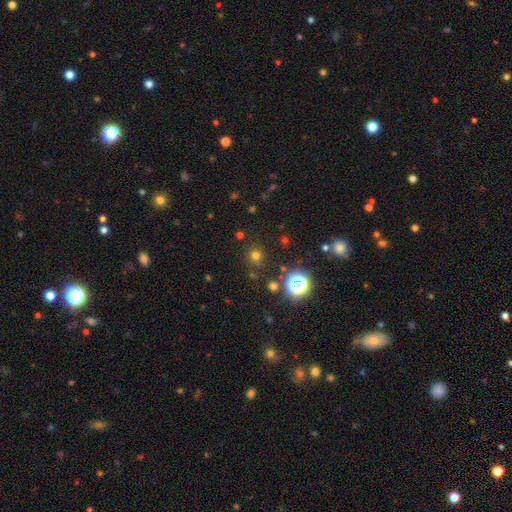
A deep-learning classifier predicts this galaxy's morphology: A smooth galaxy with no disk features (64%) that is round (89%). Merging: none (83%).